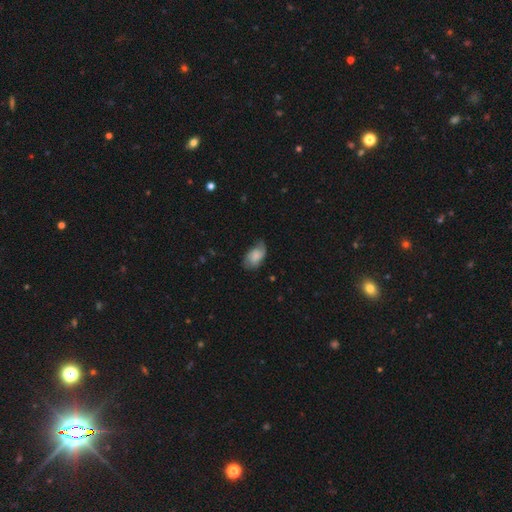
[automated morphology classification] Smooth or featured? Predicted: smooth (p=0.57). How rounded? Predicted: in between (p=0.91). Merging? Predicted: none (p=0.58).